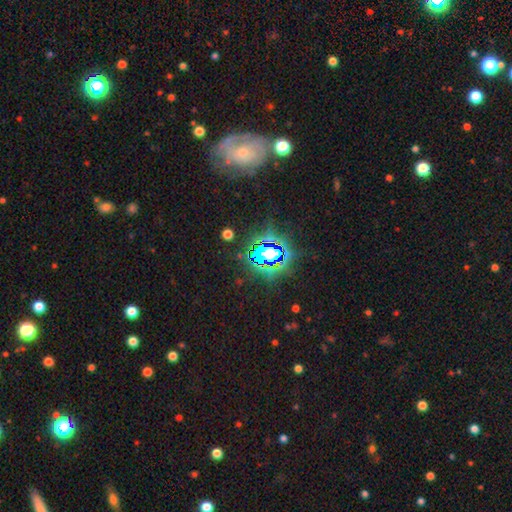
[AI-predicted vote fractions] Smooth or featured? Predicted: star or artifact (p=0.74).